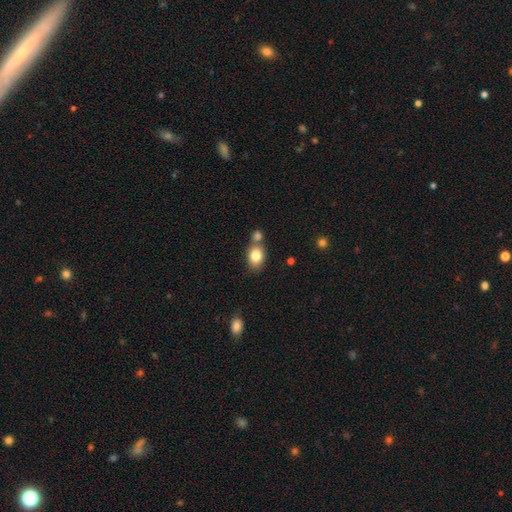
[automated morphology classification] The model was most divided on "merging": none: 54%, merger: 30%, minor disturbance: 12%, major disturbance: 4%. More confident: smooth or featured — smooth (82%); how rounded — in between (62%).